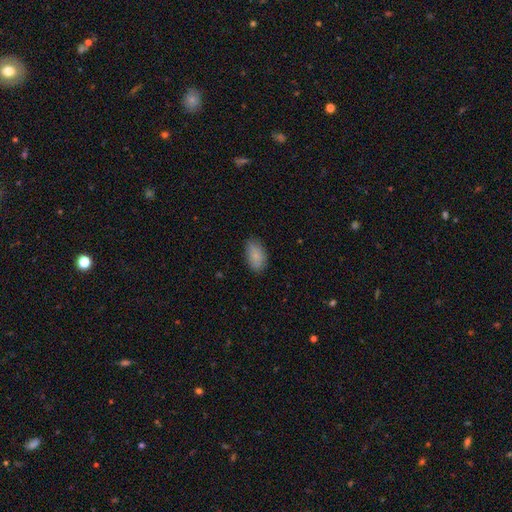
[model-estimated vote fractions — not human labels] Morphology: type=smooth (83%); roundness=in between (93%); merging=none (80%).